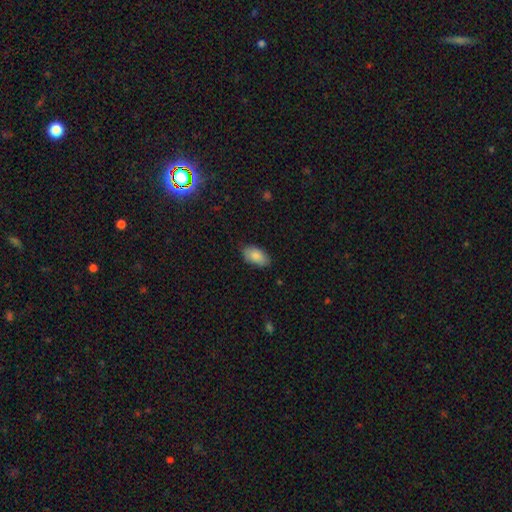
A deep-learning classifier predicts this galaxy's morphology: This is clearly a smooth galaxy (86%). How rounded: clearly in between (94%). Merging: clearly none (82%).